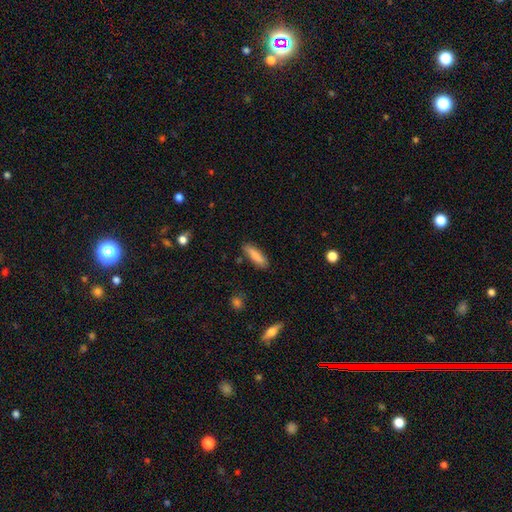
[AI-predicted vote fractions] smooth_or_featured: smooth (p=0.81) [alt: featured or disk p=0.12]
how_rounded: cigar-shaped (p=0.59) [alt: in between p=0.39]
merging: none (p=0.83) [alt: minor disturbance p=0.12]